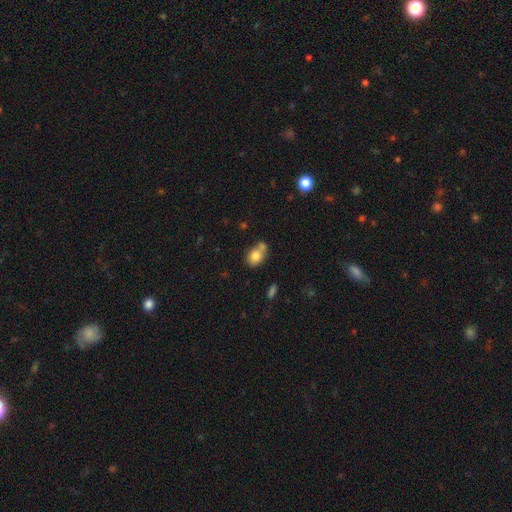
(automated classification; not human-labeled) smooth 79%, featured or disk 12%, star or artifact 9%. Down the decision tree: how rounded — in between (63%); merging — none (43%).